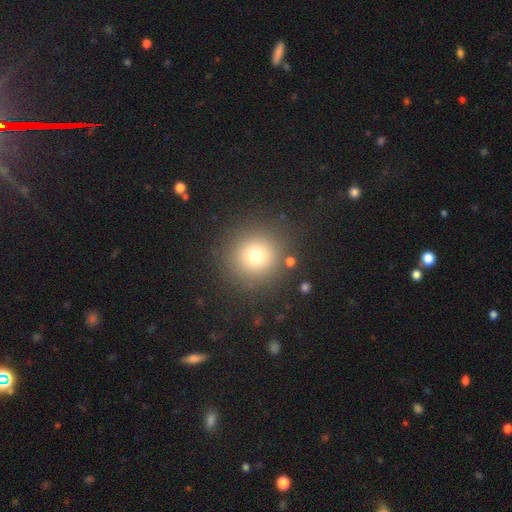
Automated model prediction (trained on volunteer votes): Q: Smooth or featured?
A: smooth (72%); runner-up: star or artifact (17%)
Q: How rounded?
A: round (95%); runner-up: in between (5%)
Q: Merging?
A: none (87%); runner-up: minor disturbance (7%)